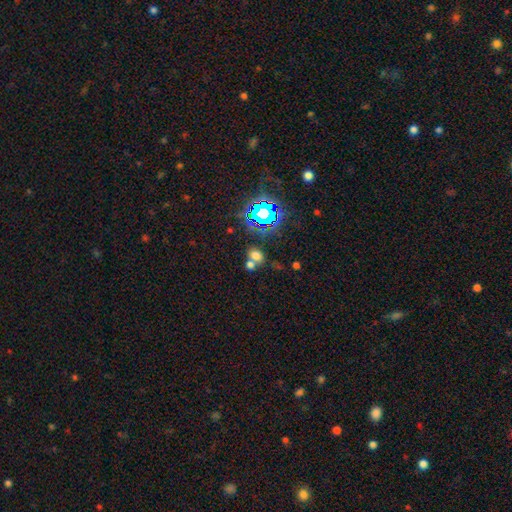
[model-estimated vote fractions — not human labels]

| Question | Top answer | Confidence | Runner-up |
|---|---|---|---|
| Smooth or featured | smooth | 61% | star or artifact (28%) |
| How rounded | in between | 58% | round (40%) |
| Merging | merger | 48% | none (40%) |